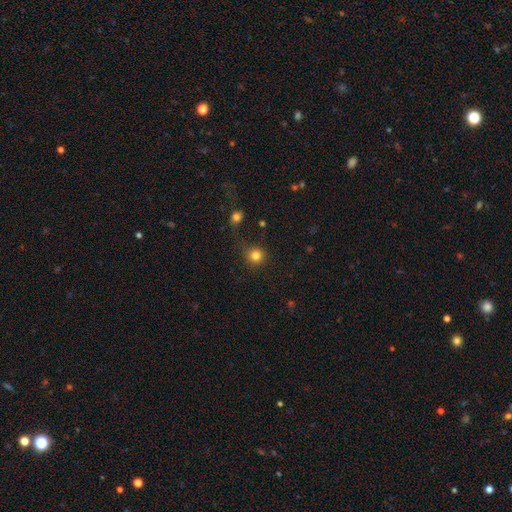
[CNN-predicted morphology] A smooth galaxy with no disk features (82%) that is round (93%). Merging: none (77%).